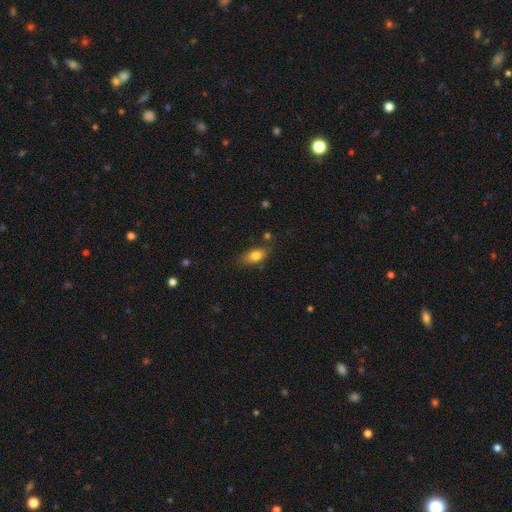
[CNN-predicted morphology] Smooth or featured? smooth (79%)
How rounded? in between (82%)
Merging? none (74%)